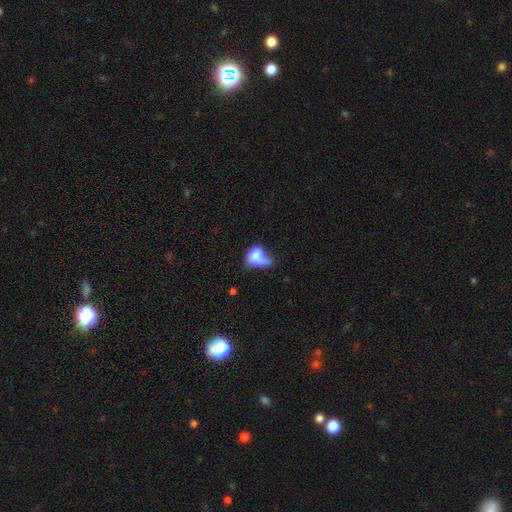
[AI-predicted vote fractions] Morphology: type=smooth (70%); roundness=in between (69%); merging=major disturbance (37%).